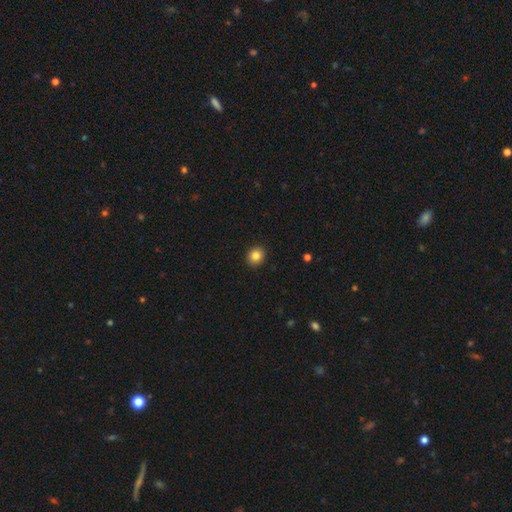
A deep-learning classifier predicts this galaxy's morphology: A smooth galaxy with no disk features (84%) that is round (75%).

Vote fractions:
- Smooth or featured? smooth: 84% / star or artifact: 10% / featured or disk: 6%
- How rounded? round: 75% / in between: 24% / cigar-shaped: 1%
- Merging? none: 91% / minor disturbance: 6% / major disturbance: 2% / merger: 1%